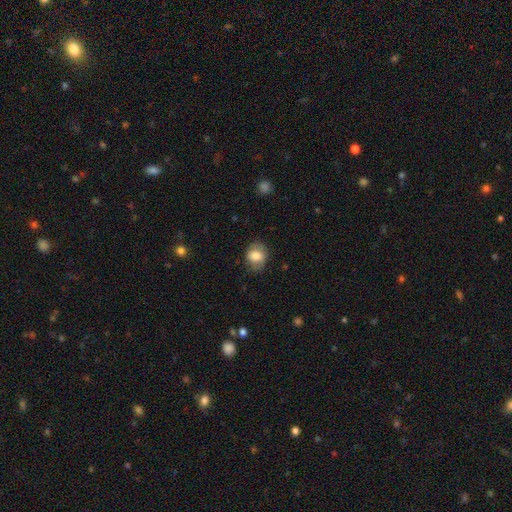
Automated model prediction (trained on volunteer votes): This is likely a smooth galaxy (78%). How rounded: possibly round (55%). Merging: likely none (71%).